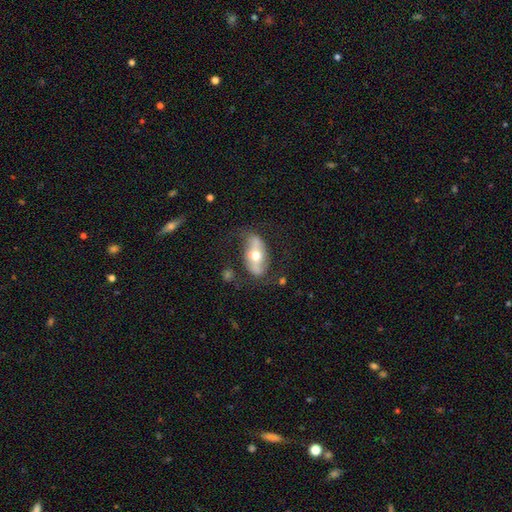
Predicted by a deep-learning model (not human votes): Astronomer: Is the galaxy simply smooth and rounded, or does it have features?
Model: featured or disk — 62%.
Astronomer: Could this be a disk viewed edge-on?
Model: no — 84%.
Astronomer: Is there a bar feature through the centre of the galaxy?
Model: strong — 45% (runner-up: no, 30%).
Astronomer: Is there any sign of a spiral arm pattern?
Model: yes — 59% (runner-up: no, 41%).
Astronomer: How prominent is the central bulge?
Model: moderate — 73%.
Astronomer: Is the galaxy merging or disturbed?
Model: none — 63%.